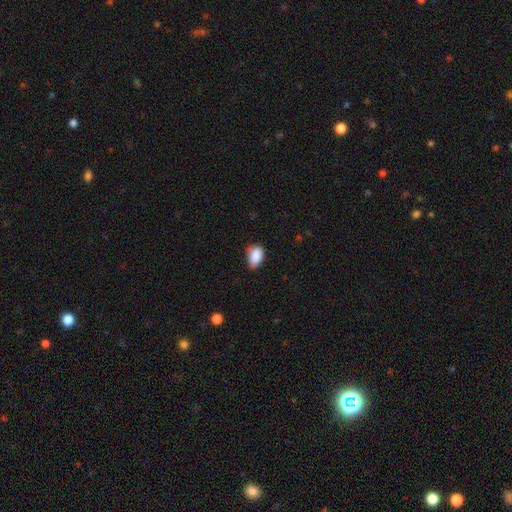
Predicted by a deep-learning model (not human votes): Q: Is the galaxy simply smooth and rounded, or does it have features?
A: smooth — 87%.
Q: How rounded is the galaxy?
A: in between — 88%.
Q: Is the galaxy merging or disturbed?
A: none — 59%.